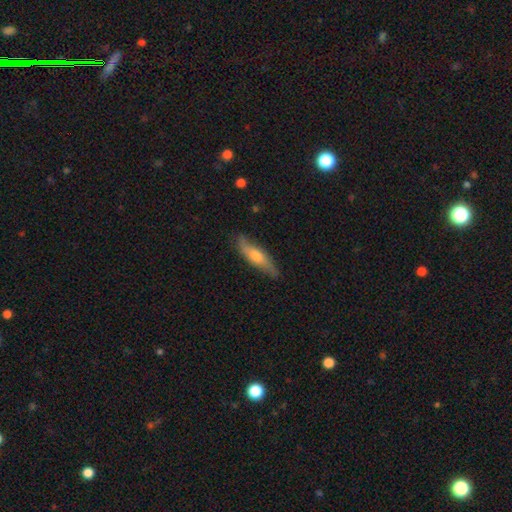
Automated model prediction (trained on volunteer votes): Overall: smooth (51%; featured or disk 43%). How rounded: cigar-shaped (67%; in between 31%). Merging: none (80%).